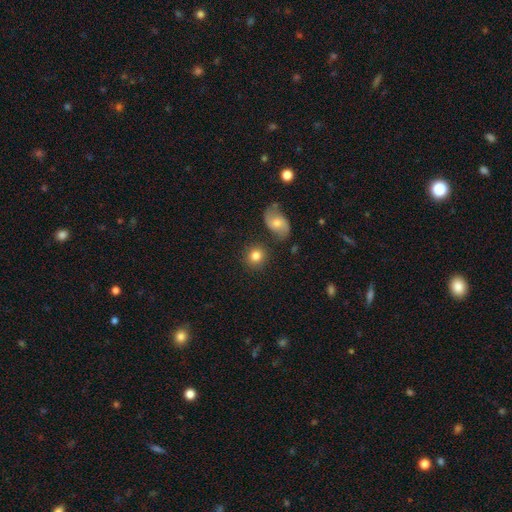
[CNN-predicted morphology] Q: Smooth or featured?
A: smooth (81%); runner-up: featured or disk (11%)
Q: How rounded?
A: round (85%); runner-up: in between (14%)
Q: Merging?
A: none (80%); runner-up: minor disturbance (10%)